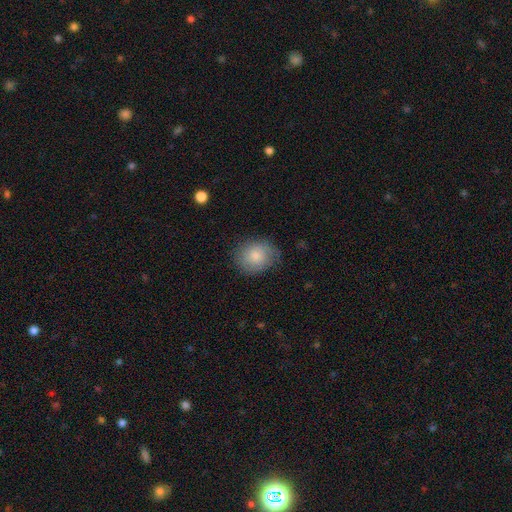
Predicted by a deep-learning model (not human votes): A smooth galaxy with no disk features (81%) that is round (63%).

Vote fractions:
- Smooth or featured? smooth: 81% / featured or disk: 12% / star or artifact: 7%
- How rounded? round: 63% / in between: 36% / cigar-shaped: 1%
- Merging? none: 74% / minor disturbance: 20% / major disturbance: 5% / merger: 1%